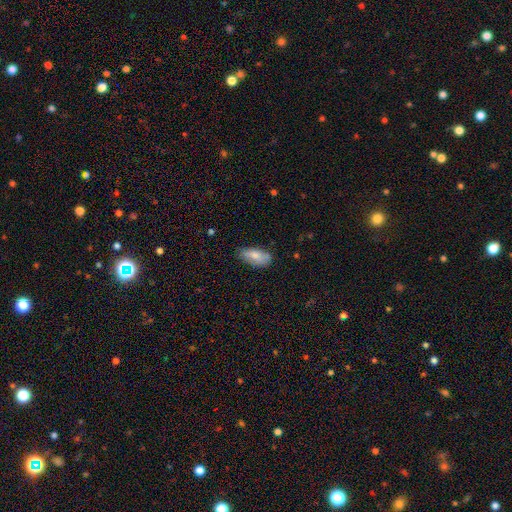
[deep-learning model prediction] Smooth or featured? Predicted: smooth (p=0.76). How rounded? Predicted: in between (p=0.89). Merging? Predicted: none (p=0.67).